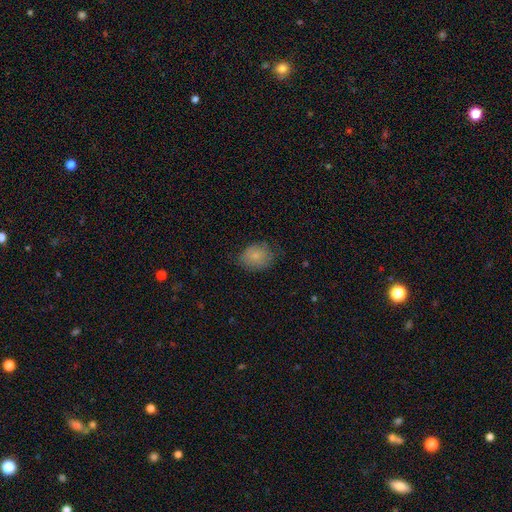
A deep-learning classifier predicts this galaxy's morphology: Q: Smooth or featured?
A: smooth (79%); runner-up: featured or disk (11%)
Q: How rounded?
A: round (55%); runner-up: in between (44%)
Q: Merging?
A: none (68%); runner-up: minor disturbance (24%)